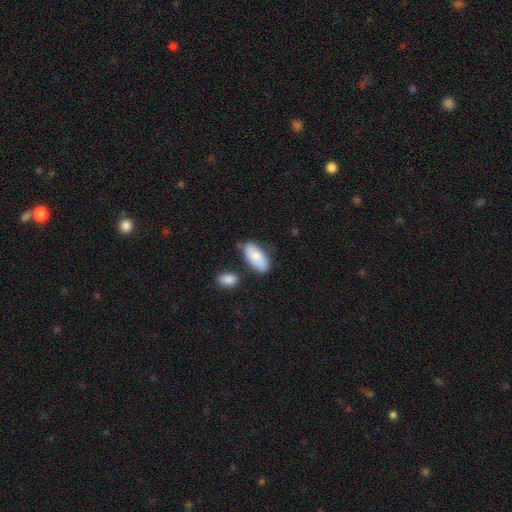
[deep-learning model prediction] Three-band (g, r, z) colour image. It shows a smooth galaxy with no disk features (81%) that is in between round and cigar-shaped (91%). Merging: none (64%).